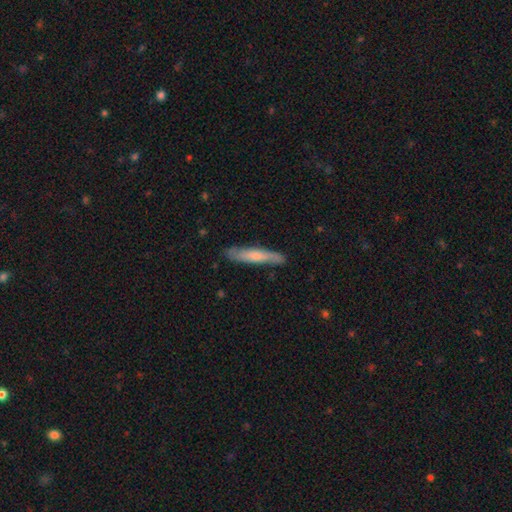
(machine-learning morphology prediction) Smooth or featured? smooth (57%)
How rounded? cigar-shaped (91%)
Merging? none (82%)